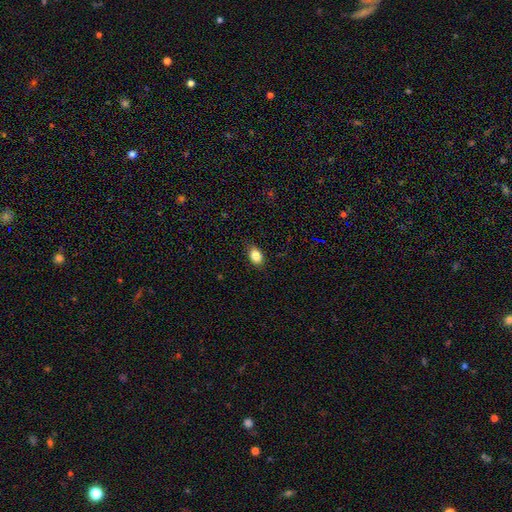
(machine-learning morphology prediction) smooth_or_featured: smooth (p=0.85) [alt: star or artifact p=0.09]
how_rounded: in between (p=0.78) [alt: round p=0.20]
merging: none (p=0.85) [alt: minor disturbance p=0.12]